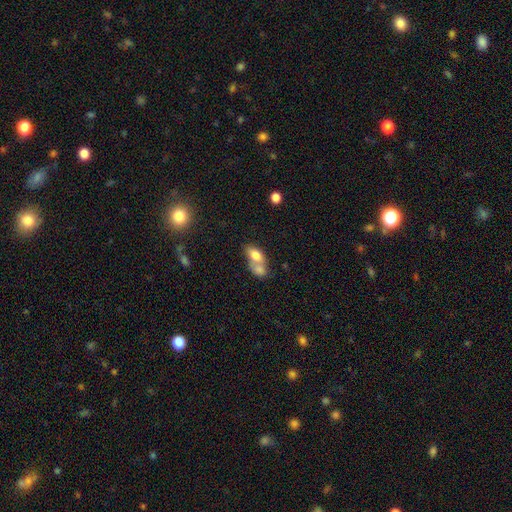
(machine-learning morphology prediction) Q: Smooth or featured?
A: smooth (72%); runner-up: featured or disk (19%)
Q: How rounded?
A: in between (84%); runner-up: round (13%)
Q: Merging?
A: merger (69%); runner-up: none (17%)